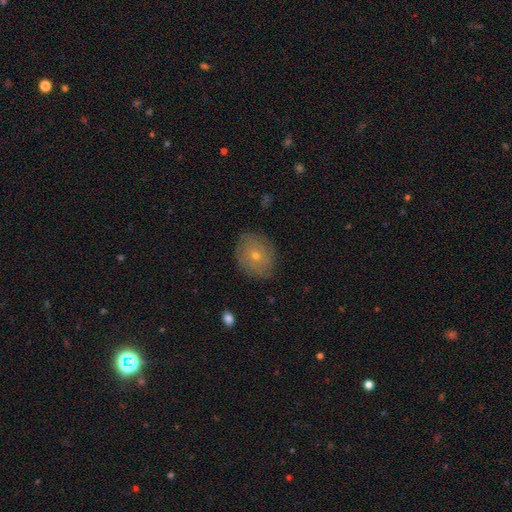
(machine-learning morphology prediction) Smooth or featured?
  - smooth: 53% *
  - featured or disk: 35%
  - star or artifact: 12%
How rounded?
  - round: 61% *
  - in between: 38%
  - cigar-shaped: 1%
Merging?
  - none: 83% *
  - minor disturbance: 13%
  - major disturbance: 3%
  - merger: 1%